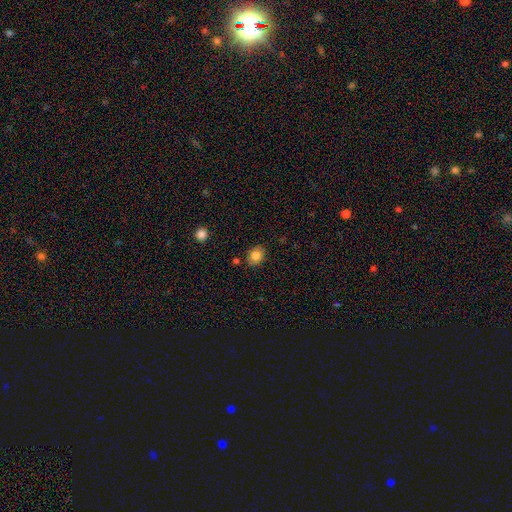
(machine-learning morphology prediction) Q: Smooth or featured?
A: smooth (84%); runner-up: star or artifact (10%)
Q: How rounded?
A: in between (51%); runner-up: round (48%)
Q: Merging?
A: none (83%); runner-up: minor disturbance (11%)